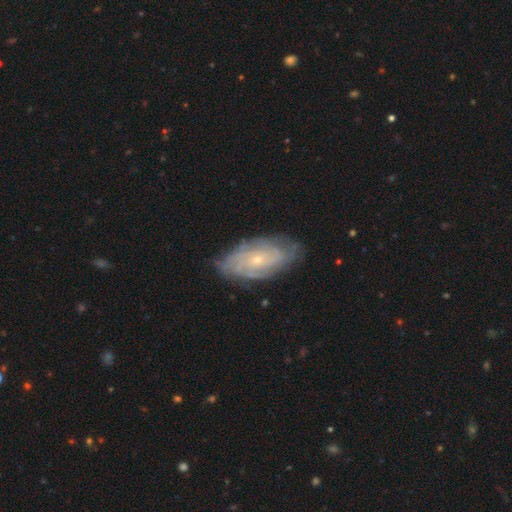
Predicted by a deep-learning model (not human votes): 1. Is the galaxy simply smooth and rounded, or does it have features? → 63% featured or disk, 26% smooth, 11% star or artifact.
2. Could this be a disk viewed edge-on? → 87% no, 13% yes.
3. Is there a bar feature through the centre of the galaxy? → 70% no, 25% weak, 6% strong.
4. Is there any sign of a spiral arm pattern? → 81% yes, 19% no.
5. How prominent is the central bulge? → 66% small, 30% moderate, 2% none, 1% large, 1% dominant.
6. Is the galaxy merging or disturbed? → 82% none, 14% minor disturbance, 3% major disturbance, 1% merger.